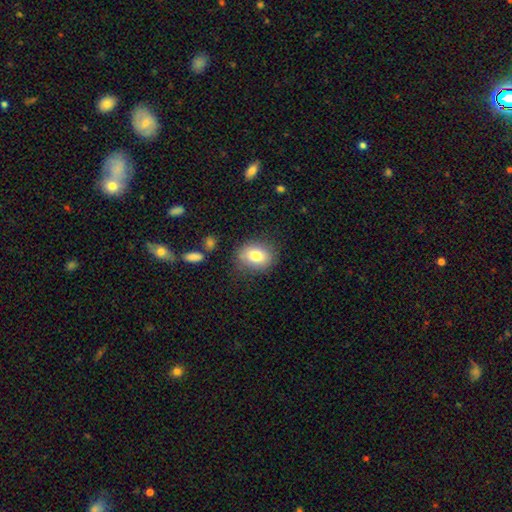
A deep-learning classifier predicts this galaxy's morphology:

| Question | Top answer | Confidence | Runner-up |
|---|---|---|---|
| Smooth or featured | smooth | 79% | featured or disk (12%) |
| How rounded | in between | 56% | round (43%) |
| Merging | none | 79% | minor disturbance (14%) |